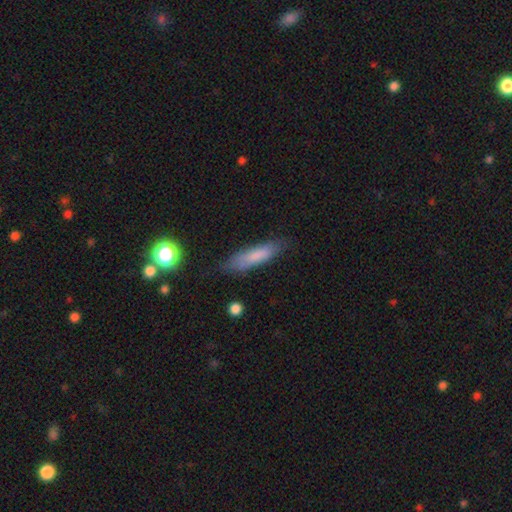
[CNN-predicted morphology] smooth 77%, featured or disk 16%, star or artifact 7%. Down the decision tree: how rounded — cigar-shaped (73%); merging — none (79%).